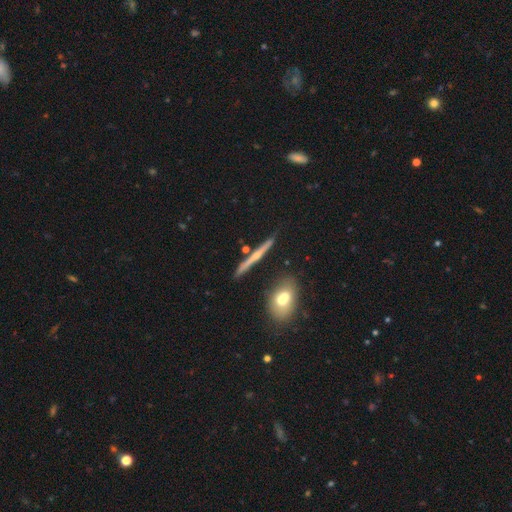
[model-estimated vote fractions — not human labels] Q: Smooth or featured?
A: featured or disk (66%); runner-up: smooth (27%)
Q: Edge-on disk?
A: yes (97%); runner-up: no (3%)
Q: Edge-on bulge?
A: rounded (57%); runner-up: none (37%)
Q: Merging?
A: none (85%); runner-up: minor disturbance (9%)